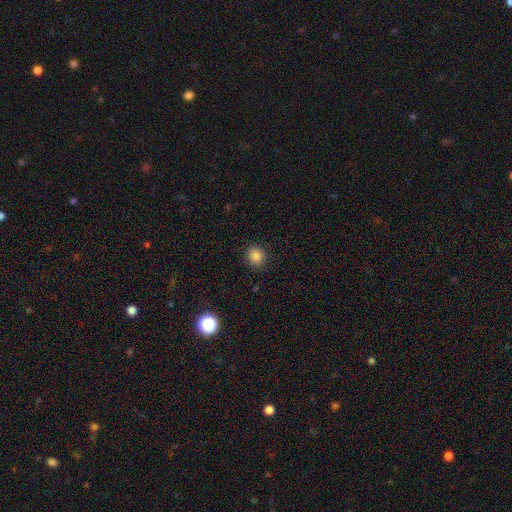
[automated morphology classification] Smooth or featured?
  - smooth: 85% *
  - star or artifact: 12%
  - featured or disk: 3%
How rounded?
  - round: 84% *
  - in between: 15%
  - cigar-shaped: 1%
Merging?
  - none: 90% *
  - minor disturbance: 7%
  - major disturbance: 2%
  - merger: 1%